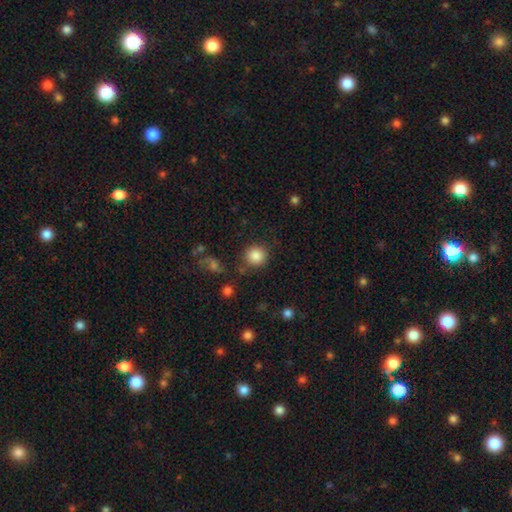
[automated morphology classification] smooth 85%, star or artifact 9%, featured or disk 5%. Down the decision tree: how rounded — round (91%); merging — none (83%).